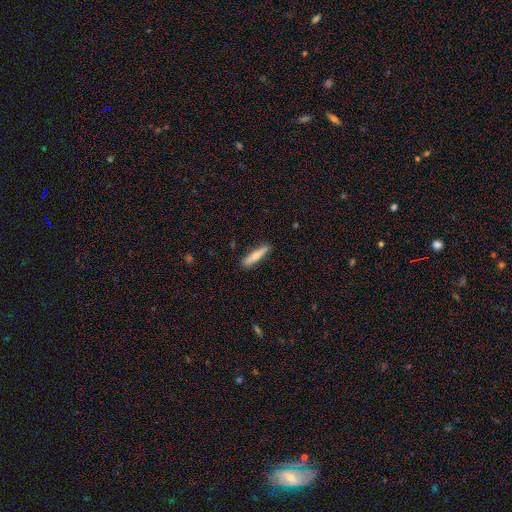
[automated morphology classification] smooth_or_featured: smooth (p=0.64) [alt: featured or disk p=0.30]
how_rounded: cigar-shaped (p=0.87) [alt: in between p=0.12]
merging: none (p=0.86) [alt: minor disturbance p=0.11]